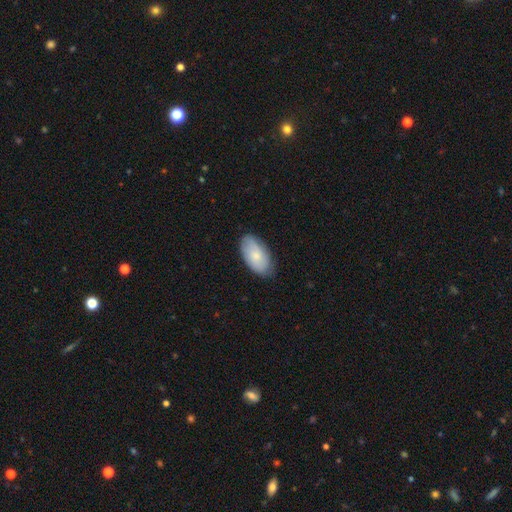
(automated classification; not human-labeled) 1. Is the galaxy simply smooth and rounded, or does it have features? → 77% smooth, 18% featured or disk, 6% star or artifact.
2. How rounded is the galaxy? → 95% in between, 3% round, 2% cigar-shaped.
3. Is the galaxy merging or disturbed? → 80% none, 16% minor disturbance, 3% major disturbance, 1% merger.